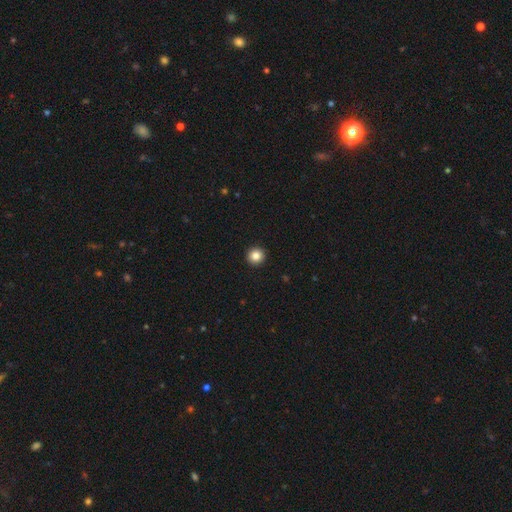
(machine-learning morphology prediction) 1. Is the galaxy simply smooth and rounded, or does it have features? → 86% smooth, 10% star or artifact, 4% featured or disk.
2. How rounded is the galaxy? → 95% round, 4% in between, 1% cigar-shaped.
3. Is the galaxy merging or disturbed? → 94% none, 4% minor disturbance, 1% major disturbance, 1% merger.